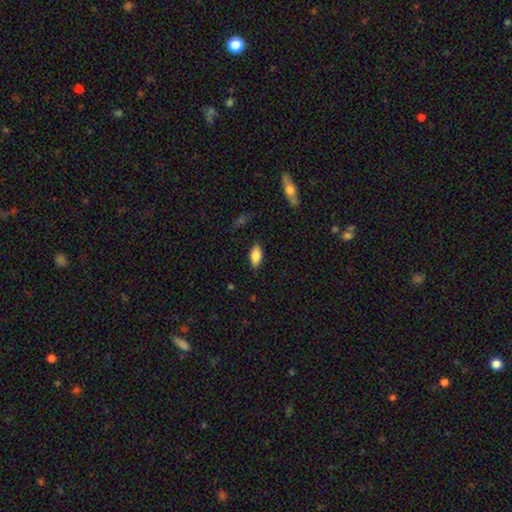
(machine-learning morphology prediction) type=smooth (84%); roundness=in between (89%); merging=none (86%).